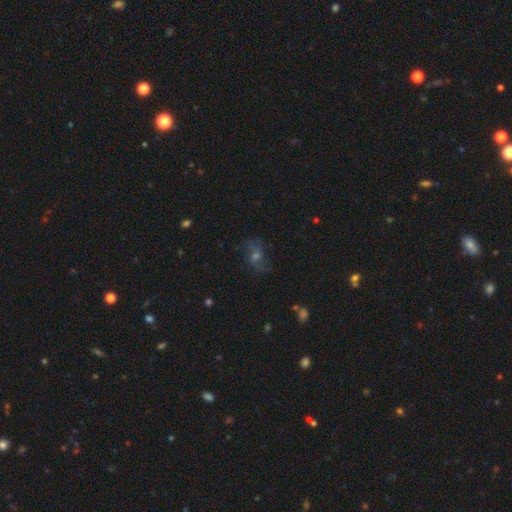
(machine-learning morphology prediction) A featured or disk galaxy (48%).

Vote fractions:
- Smooth or featured? featured or disk: 48% / star or artifact: 27% / smooth: 25%
- Merging? none: 69% / minor disturbance: 17% / major disturbance: 12% / merger: 2%